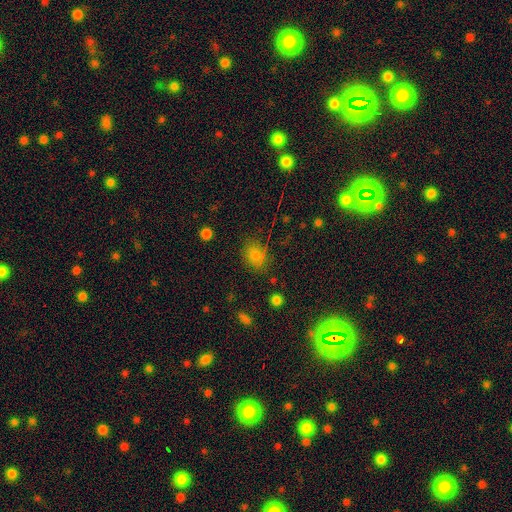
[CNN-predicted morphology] A smooth galaxy with no disk features (76%) that is round (51%).

Vote fractions:
- Smooth or featured? smooth: 76% / star or artifact: 16% / featured or disk: 8%
- How rounded? round: 51% / in between: 47% / cigar-shaped: 1%
- Merging? none: 74% / minor disturbance: 17% / major disturbance: 6% / merger: 3%